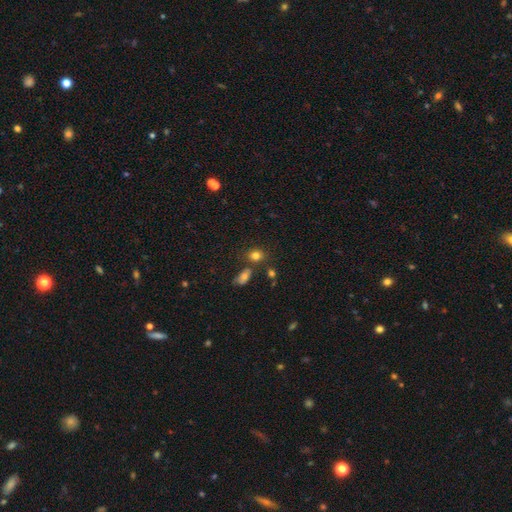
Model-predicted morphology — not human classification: Smooth or featured? smooth (80%)
How rounded? round (55%)
Merging? none (67%)